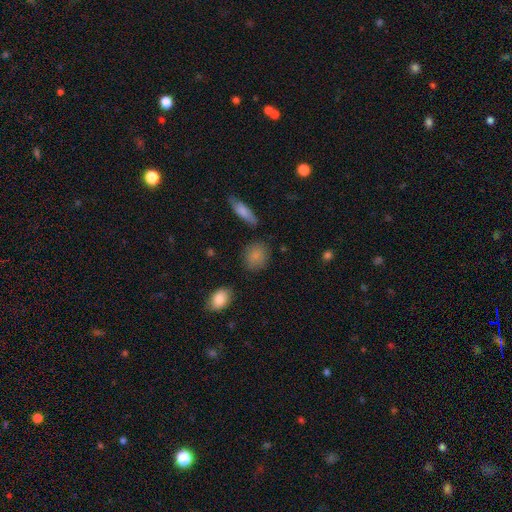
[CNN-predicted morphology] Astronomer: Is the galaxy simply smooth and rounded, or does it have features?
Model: smooth — 85%.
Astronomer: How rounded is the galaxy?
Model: round — 62%.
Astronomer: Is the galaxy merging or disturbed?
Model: none — 80%.